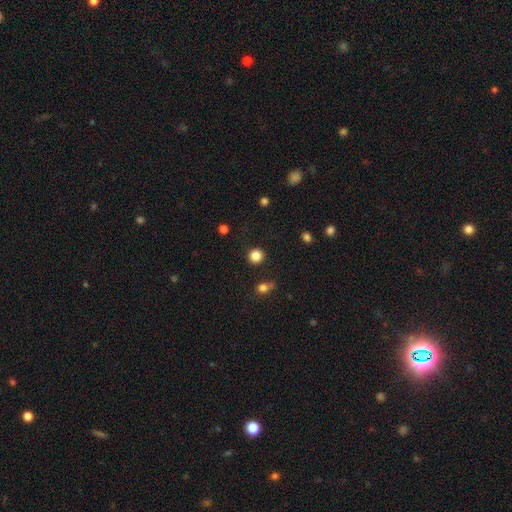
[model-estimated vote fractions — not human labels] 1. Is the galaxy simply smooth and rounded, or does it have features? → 84% smooth, 12% star or artifact, 4% featured or disk.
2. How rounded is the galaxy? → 92% round, 7% in between, 1% cigar-shaped.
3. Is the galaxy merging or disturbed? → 88% none, 6% minor disturbance, 3% merger, 2% major disturbance.